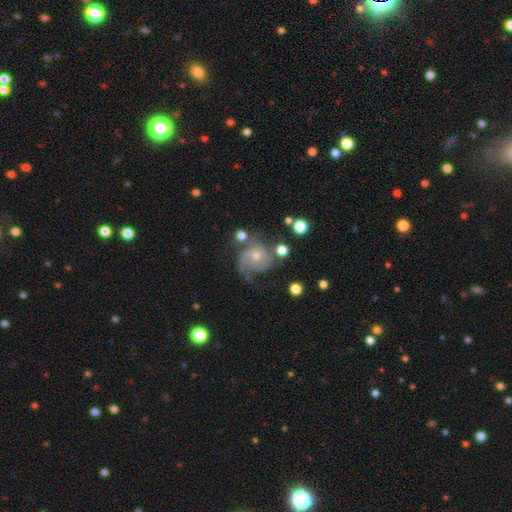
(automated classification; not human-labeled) A featured or disk galaxy (75%) with no bar (75%), 2 (34%) tight (40%, tied with medium) spiral arms (89%) and a small central bulge (52%). Merging: none (43%).